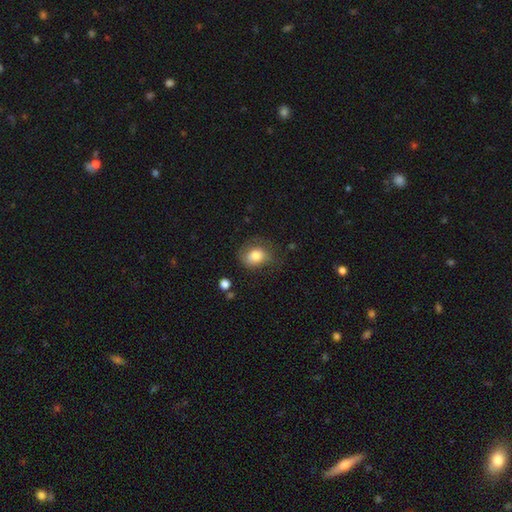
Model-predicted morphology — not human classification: A smooth galaxy with no disk features (78%) that is round (51%).

Vote fractions:
- Smooth or featured? smooth: 78% / featured or disk: 13% / star or artifact: 9%
- How rounded? round: 51% / in between: 48% / cigar-shaped: 1%
- Merging? none: 56% / minor disturbance: 28% / major disturbance: 14% / merger: 2%